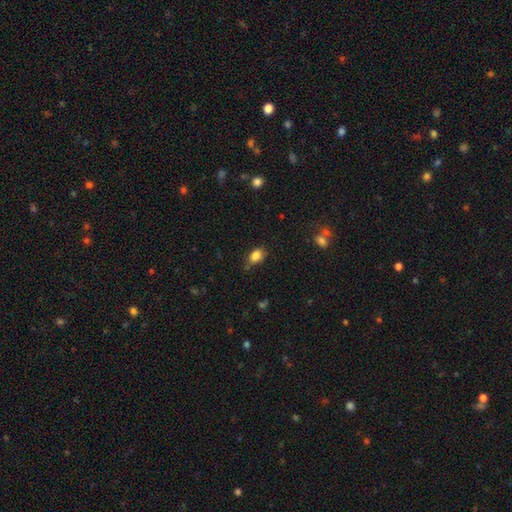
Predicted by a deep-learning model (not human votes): Smooth or featured? Predicted: smooth (p=0.85). How rounded? Predicted: in between (p=0.81). Merging? Predicted: none (p=0.70).